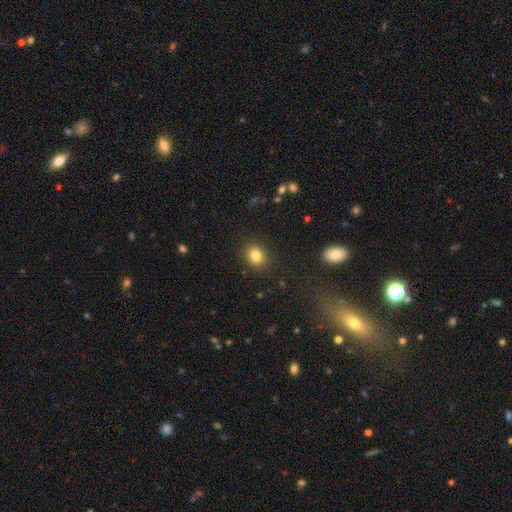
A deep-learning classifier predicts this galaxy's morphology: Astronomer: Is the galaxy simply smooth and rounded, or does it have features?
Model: smooth — 82%.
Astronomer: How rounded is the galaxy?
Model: round — 57% (runner-up: in between, 42%).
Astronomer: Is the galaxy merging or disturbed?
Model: none — 88%.